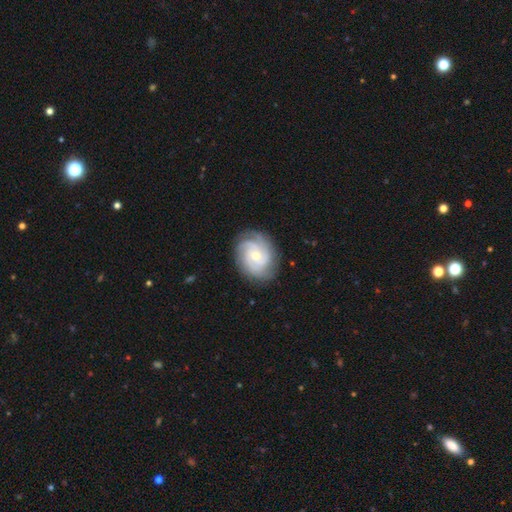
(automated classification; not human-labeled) smooth-or-featured: featured or disk: 84% | smooth: 10% | star or artifact: 5%
  disk-edge-on: no: 98% | yes: 2%
    bar: no: 71% | weak: 24% | strong: 4%
    has-spiral-arms: yes: 97% | no: 3%
      spiral-winding: tight: 65% | medium: 29% | loose: 6%
      spiral-arm-count: 3: 36% | can't tell: 21% | 4: 19% | 2: 13% | more than 4: 6% | 1: 6%
    bulge-size: moderate: 49% | small: 48% | large: 2% | none: 1% | dominant: 1%
  merging: none: 81% | minor disturbance: 14% | major disturbance: 4% | merger: 1%